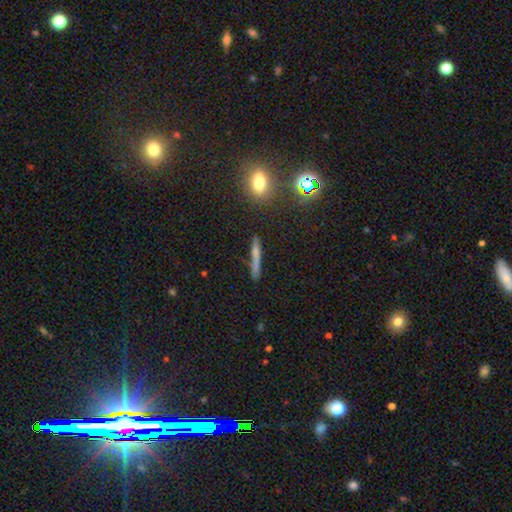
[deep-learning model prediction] smooth_or_featured: smooth (p=0.56) [alt: featured or disk p=0.30]
how_rounded: cigar-shaped (p=0.90) [alt: in between p=0.06]
merging: none (p=0.80) [alt: minor disturbance p=0.12]